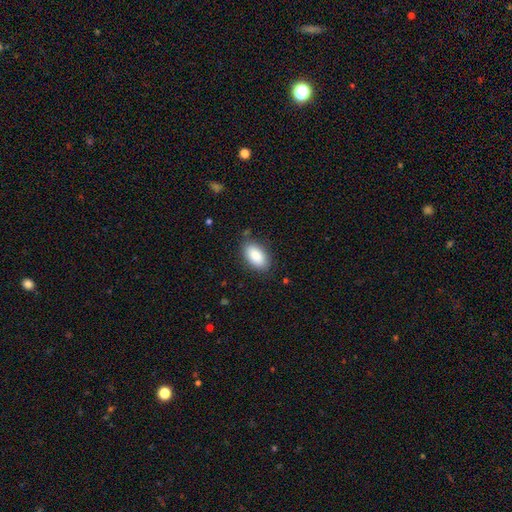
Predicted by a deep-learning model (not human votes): smooth_or_featured: smooth (p=0.88) [alt: star or artifact p=0.06]
how_rounded: in between (p=0.94) [alt: round p=0.03]
merging: none (p=0.83) [alt: minor disturbance p=0.13]